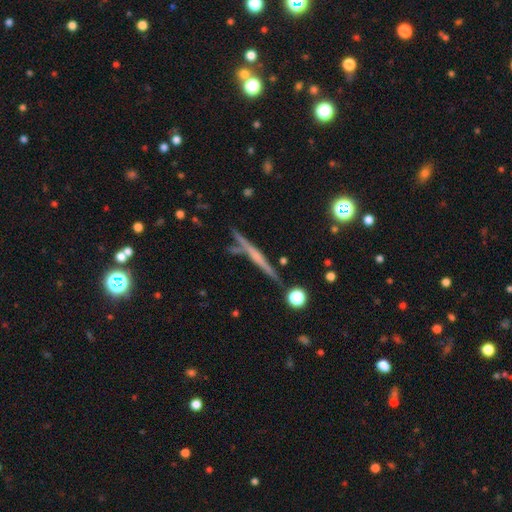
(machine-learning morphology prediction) Smooth or featured?
  - featured or disk: 61% *
  - smooth: 29%
  - star or artifact: 10%
Edge-on disk?
  - yes: 97% *
  - no: 3%
Edge-on bulge?
  - none: 63% *
  - rounded: 27%
  - boxy: 10%
Merging?
  - none: 81% *
  - minor disturbance: 11%
  - merger: 6%
  - major disturbance: 3%